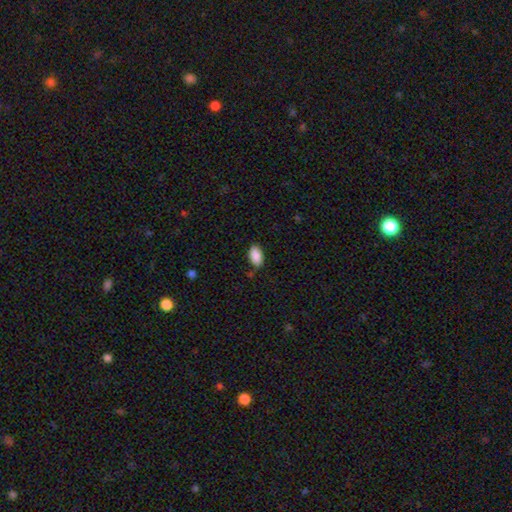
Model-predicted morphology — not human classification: A smooth galaxy with no disk features (89%) that is in between round and cigar-shaped (94%).

Vote fractions:
- Smooth or featured? smooth: 89% / star or artifact: 7% / featured or disk: 4%
- How rounded? in between: 94% / round: 4% / cigar-shaped: 3%
- Merging? none: 82% / minor disturbance: 13% / major disturbance: 3% / merger: 2%